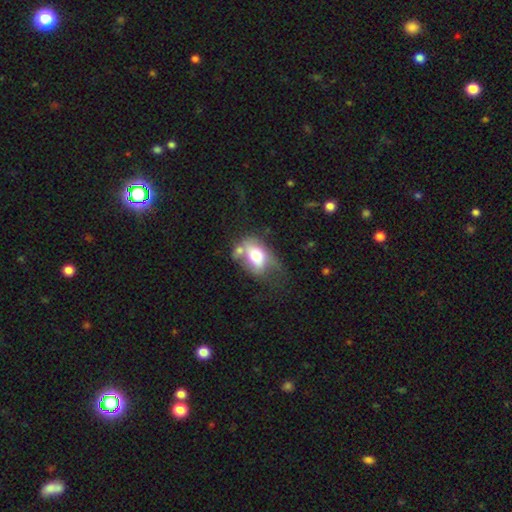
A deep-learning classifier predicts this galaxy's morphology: smooth_or_featured: smooth (p=0.60) [alt: featured or disk p=0.32]
how_rounded: in between (p=0.81) [alt: round p=0.17]
merging: none (p=0.27) [alt: major disturbance p=0.25]